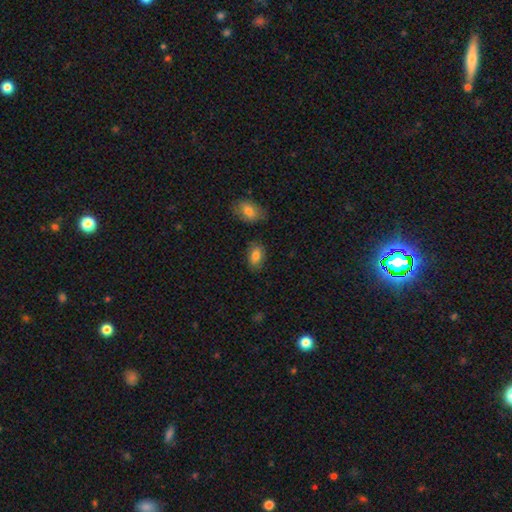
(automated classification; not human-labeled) A smooth galaxy with no disk features (83%) that is in between round and cigar-shaped (91%).

Vote fractions:
- Smooth or featured? smooth: 83% / featured or disk: 9% / star or artifact: 8%
- How rounded? in between: 91% / round: 7% / cigar-shaped: 2%
- Merging? none: 81% / minor disturbance: 13% / merger: 3% / major disturbance: 3%